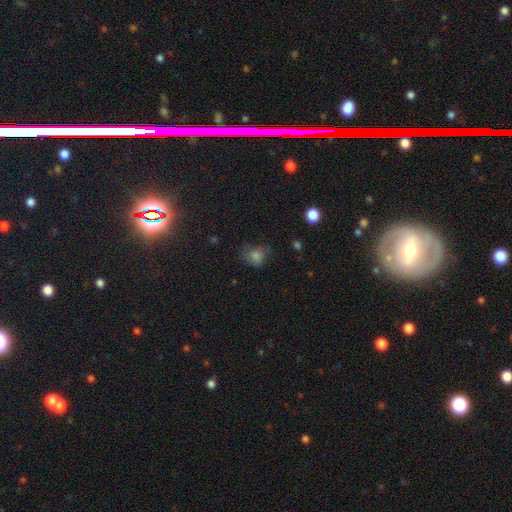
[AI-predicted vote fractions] smooth 72%, star or artifact 17%, featured or disk 11%. Down the decision tree: how rounded — round (61%); merging — none (55%).